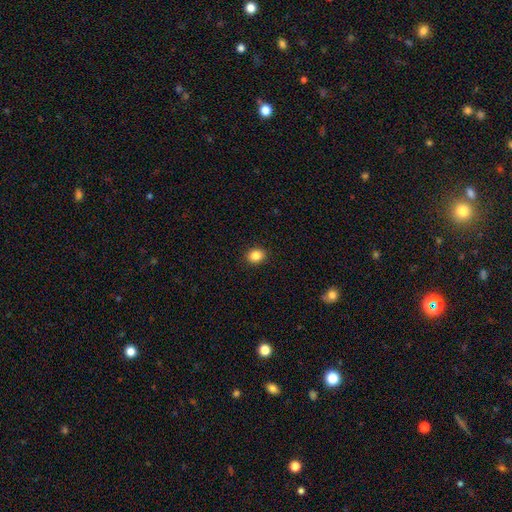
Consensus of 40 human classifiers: Q: Smooth or featured?
A: smooth (92%); runner-up: star or artifact (8%)
Q: How rounded?
A: round (78%); runner-up: in between (22%)
Q: Merging?
A: none (95%); runner-up: minor disturbance (3%)